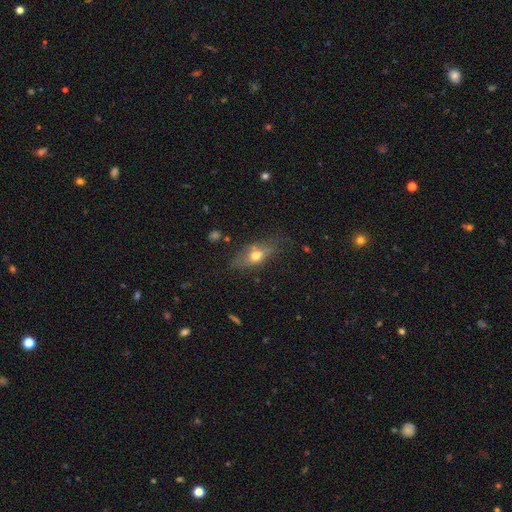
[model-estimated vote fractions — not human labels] The model was most divided on "smooth or featured": smooth: 58%, featured or disk: 32%, star or artifact: 10%. More confident: how rounded — in between (76%); merging — none (58%).